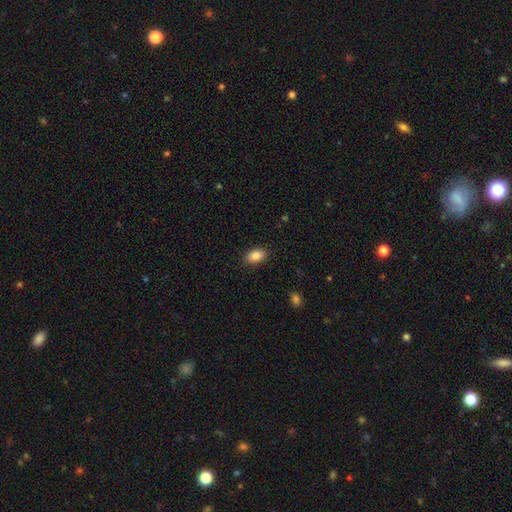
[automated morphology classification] This appears to be a smooth galaxy with no disk features (87%) that is in between round and cigar-shaped (90%). Merging: none (89%).